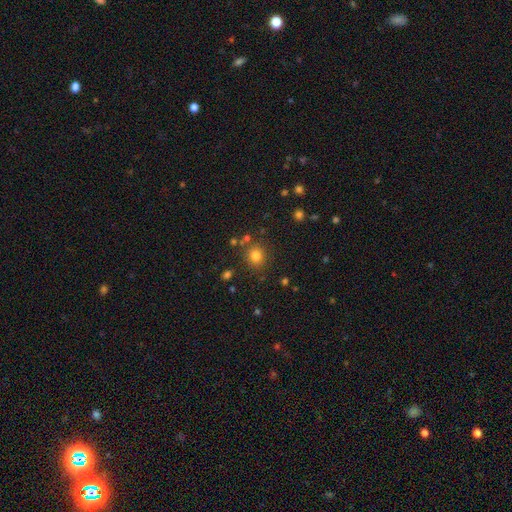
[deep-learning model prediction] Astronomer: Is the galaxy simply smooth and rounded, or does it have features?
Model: smooth — 79%.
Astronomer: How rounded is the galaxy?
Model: round — 81%.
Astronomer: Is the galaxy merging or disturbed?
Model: none — 81%.